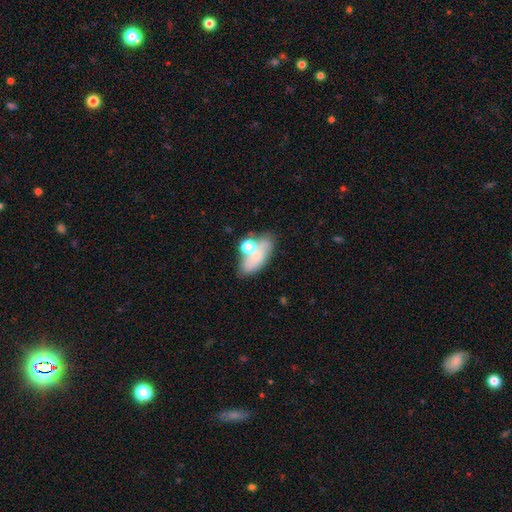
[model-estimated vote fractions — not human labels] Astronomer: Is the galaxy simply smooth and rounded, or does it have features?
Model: smooth — 62%.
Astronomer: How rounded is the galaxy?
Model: in between — 81%.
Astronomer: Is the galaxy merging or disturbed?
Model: none — 47% (runner-up: merger, 25%).